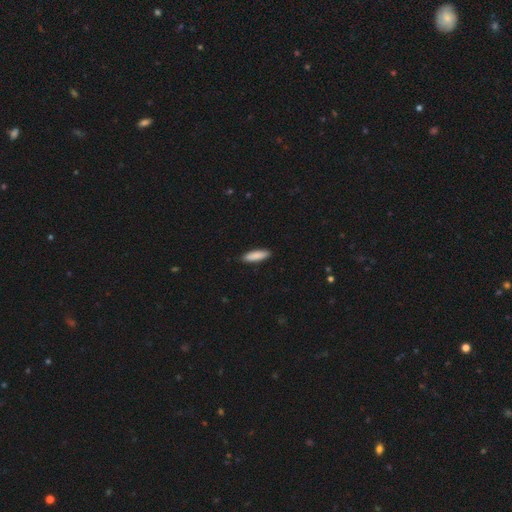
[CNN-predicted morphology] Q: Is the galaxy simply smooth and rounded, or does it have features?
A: smooth — 88%.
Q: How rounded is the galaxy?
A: cigar-shaped — 64%.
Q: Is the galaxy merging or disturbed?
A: none — 90%.